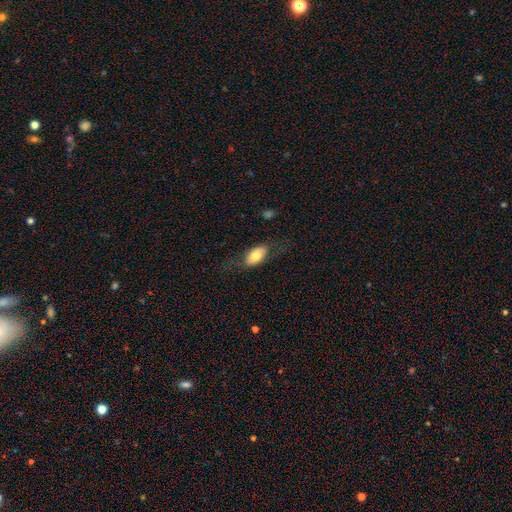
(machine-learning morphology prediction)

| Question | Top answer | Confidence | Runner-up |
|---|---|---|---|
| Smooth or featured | smooth | 65% | featured or disk (28%) |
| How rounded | in between | 89% | cigar-shaped (6%) |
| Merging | none | 68% | minor disturbance (18%) |